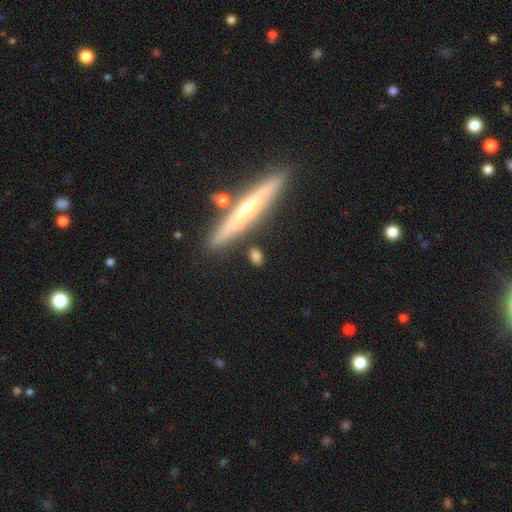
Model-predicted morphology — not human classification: Smooth or featured?
  - smooth: 70% *
  - featured or disk: 22%
  - star or artifact: 9%
How rounded?
  - in between: 57% *
  - cigar-shaped: 29%
  - round: 14%
Merging?
  - none: 73% *
  - minor disturbance: 14%
  - merger: 8%
  - major disturbance: 5%